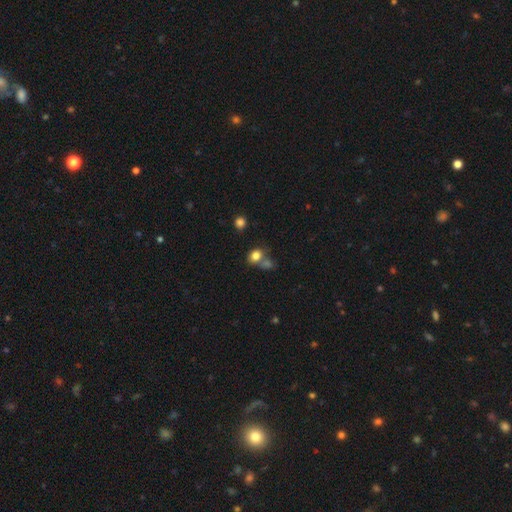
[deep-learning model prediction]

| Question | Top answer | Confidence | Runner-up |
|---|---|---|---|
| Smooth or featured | smooth | 80% | star or artifact (12%) |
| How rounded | round | 55% | in between (44%) |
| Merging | none | 51% | merger (31%) |